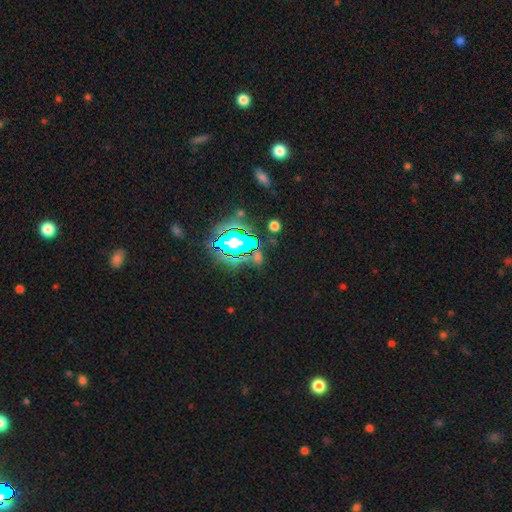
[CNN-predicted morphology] The model was most divided on "smooth or featured": star or artifact: 68%, smooth: 17%, featured or disk: 15%.